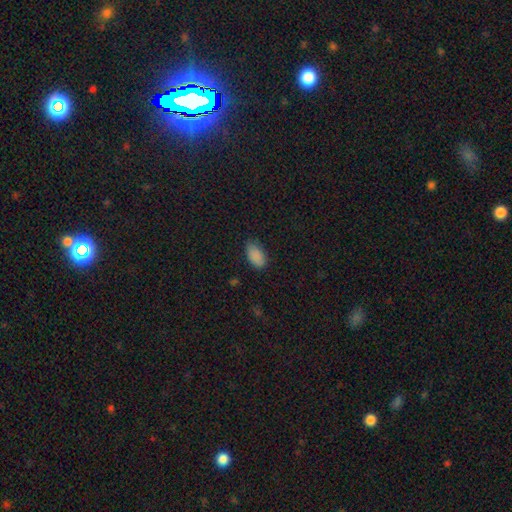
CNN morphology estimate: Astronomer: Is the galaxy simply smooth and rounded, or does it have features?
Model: smooth — 88%.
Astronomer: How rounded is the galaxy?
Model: in between — 94%.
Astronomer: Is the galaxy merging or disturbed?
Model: none — 77%.